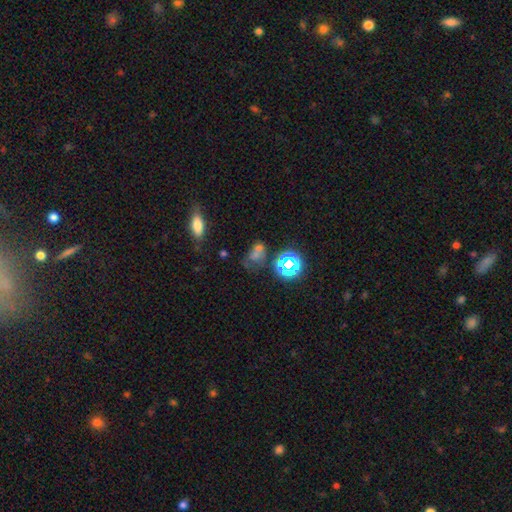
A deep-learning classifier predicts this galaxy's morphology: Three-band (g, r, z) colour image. It shows a smooth galaxy with no disk features (46%). Merging: none (51%).